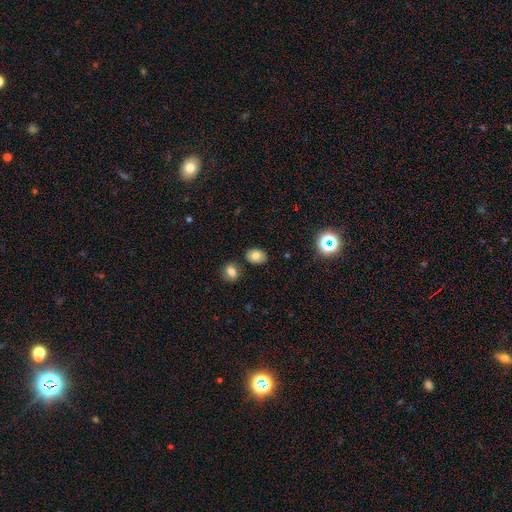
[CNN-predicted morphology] Overall: smooth (77%). How rounded: in between (72%). Merging: none (81%).